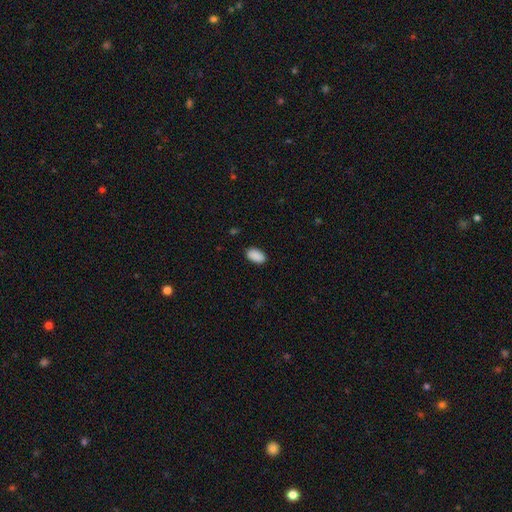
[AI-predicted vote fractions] Smooth or featured? smooth (90%)
How rounded? in between (94%)
Merging? none (87%)